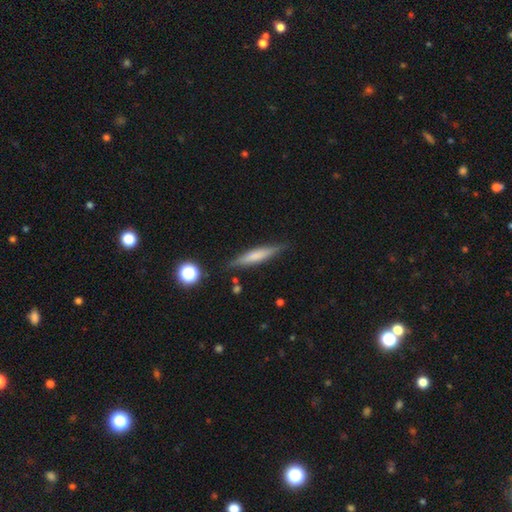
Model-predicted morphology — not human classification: The model was most divided on "smooth or featured": smooth: 52%, featured or disk: 40%, star or artifact: 7%. More confident: how rounded — cigar-shaped (87%); merging — none (84%).